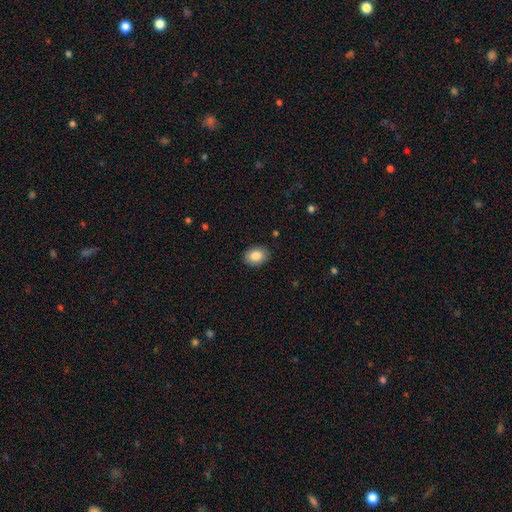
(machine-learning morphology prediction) A smooth galaxy with no disk features (85%) that is in between round and cigar-shaped (65%). Merging: none (89%).